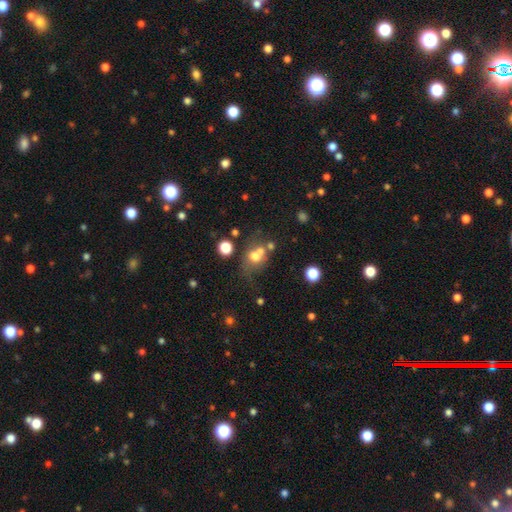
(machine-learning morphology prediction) Q: Smooth or featured?
A: smooth (64%); runner-up: featured or disk (20%)
Q: How rounded?
A: round (60%); runner-up: in between (39%)
Q: Merging?
A: merger (41%); runner-up: none (35%)